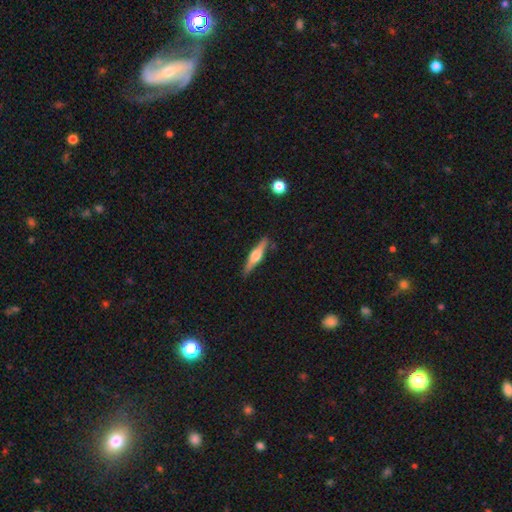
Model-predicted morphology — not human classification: Q: Smooth or featured?
A: featured or disk (70%); runner-up: smooth (25%)
Q: Edge-on disk?
A: yes (97%); runner-up: no (3%)
Q: Edge-on bulge?
A: rounded (91%); runner-up: boxy (7%)
Q: Merging?
A: none (89%); runner-up: minor disturbance (8%)